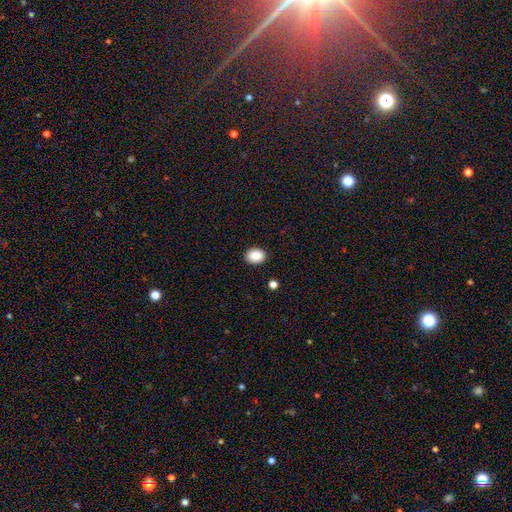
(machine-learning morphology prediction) Overall: smooth (89%). How rounded: in between (58%; round 41%). Merging: none (90%).